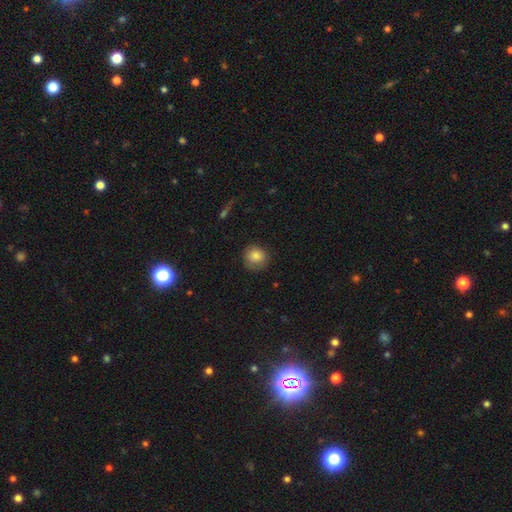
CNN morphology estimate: smooth_or_featured: smooth (p=0.84) [alt: star or artifact p=0.09]
how_rounded: round (p=0.87) [alt: in between p=0.12]
merging: none (p=0.77) [alt: minor disturbance p=0.17]